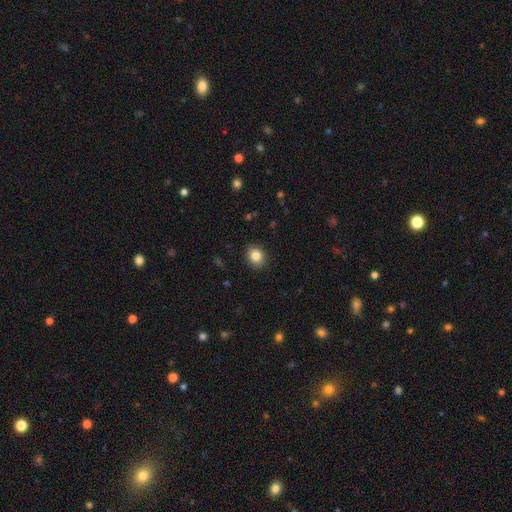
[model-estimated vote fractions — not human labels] This appears to be a smooth galaxy with no disk features (84%) that is round (56%). Merging: none (89%).